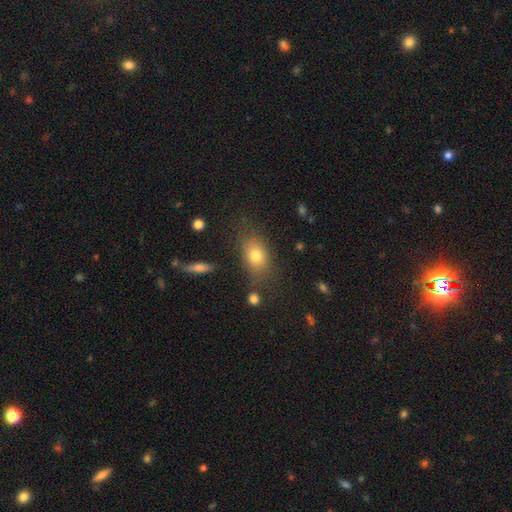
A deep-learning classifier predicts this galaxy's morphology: Smooth or featured: smooth — 76% (featured or disk — 12%)
How rounded: in between — 75% (round — 22%)
Merging: none — 73% (minor disturbance — 17%)